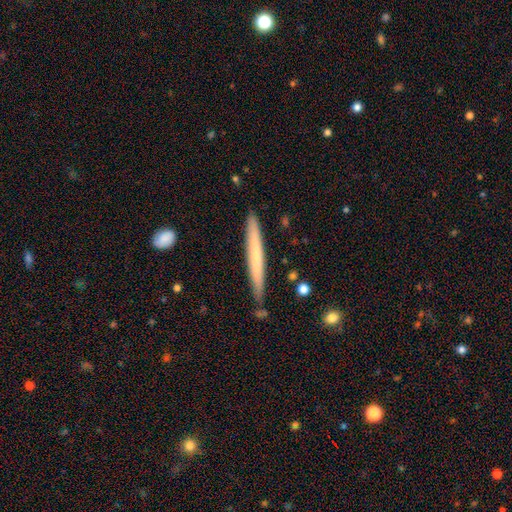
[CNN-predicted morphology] Smooth or featured?
  - smooth: 58% *
  - featured or disk: 37%
  - star or artifact: 6%
How rounded?
  - cigar-shaped: 97% *
  - in between: 2%
  - round: 1%
Merging?
  - none: 86% *
  - minor disturbance: 11%
  - merger: 2%
  - major disturbance: 2%